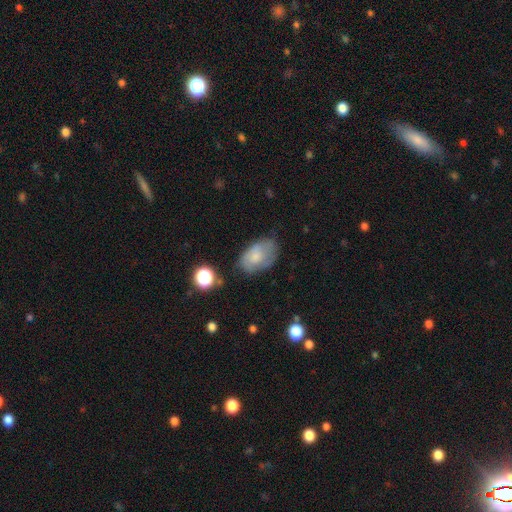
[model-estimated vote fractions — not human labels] This appears to be a smooth galaxy with no disk features (67%) that is in between round and cigar-shaped (90%). Merging: none (60%).